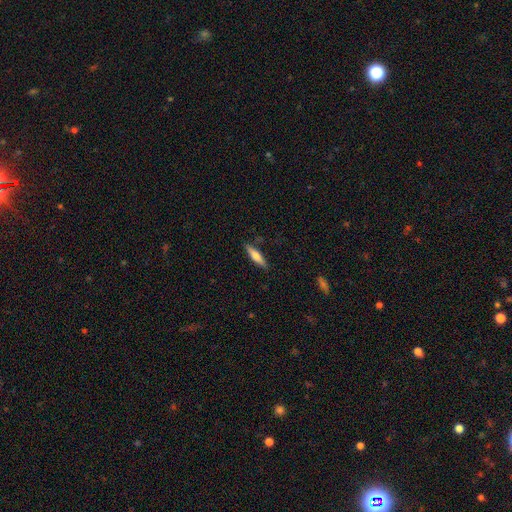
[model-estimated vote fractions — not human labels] Smooth or featured?
  - smooth: 59% *
  - featured or disk: 35%
  - star or artifact: 6%
How rounded?
  - cigar-shaped: 77% *
  - in between: 21%
  - round: 2%
Merging?
  - none: 86% *
  - minor disturbance: 10%
  - major disturbance: 2%
  - merger: 2%